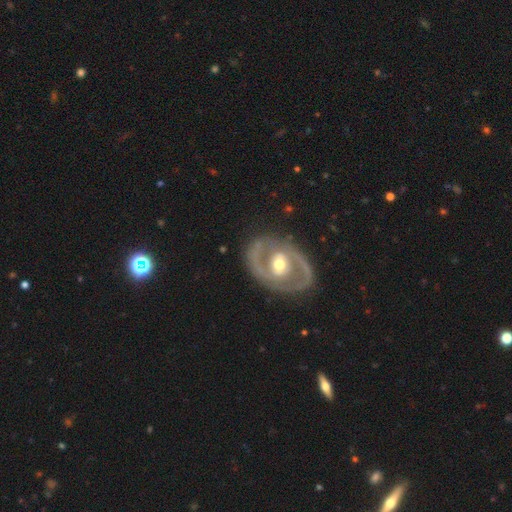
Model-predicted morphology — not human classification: Smooth or featured? Predicted: featured or disk (p=0.85). Edge-on disk? Predicted: no (p=0.96). Bar? Predicted: no (p=0.45). Spiral arms? Predicted: yes (p=0.81). Spiral winding? Predicted: medium (p=0.49). Spiral arm count? Predicted: 2 (p=0.87). Bulge size? Predicted: moderate (p=0.68). Merging? Predicted: none (p=0.81).